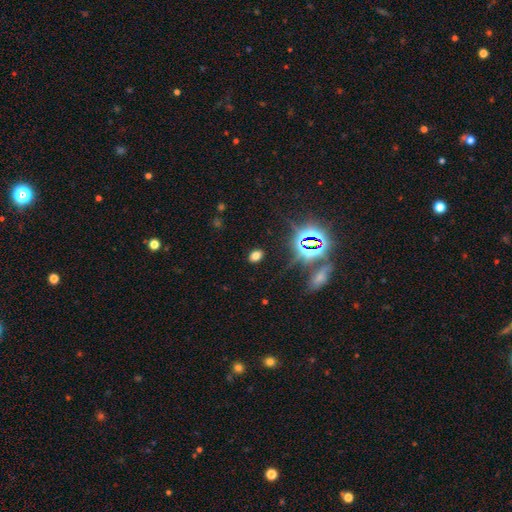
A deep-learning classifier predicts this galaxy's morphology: Smooth or featured: smooth — 62% (star or artifact — 31%)
How rounded: in between — 80% (round — 18%)
Merging: none — 86% (minor disturbance — 8%)